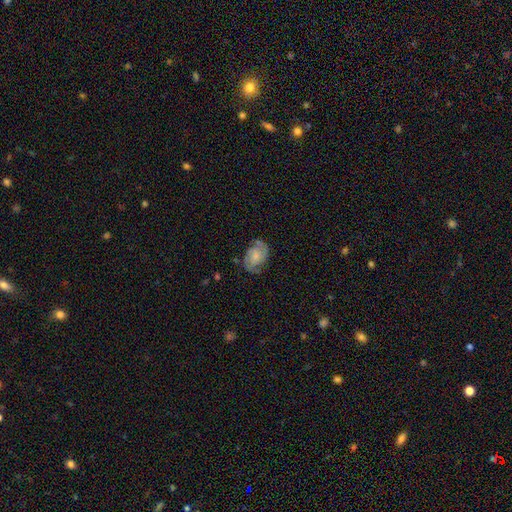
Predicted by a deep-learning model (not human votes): featured or disk 77%, smooth 16%, star or artifact 6%. Down the decision tree: edge-on disk — no (98%); bar — no (66%); spiral arms — yes (95%); spiral arm count — 2 (78%); spiral winding — medium (44%); bulge size — small (47%); merging — none (72%).